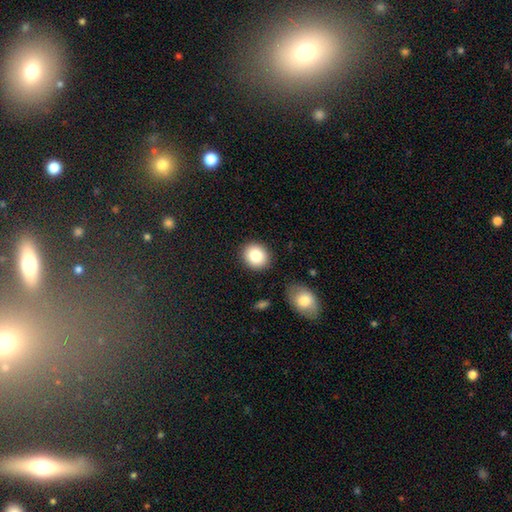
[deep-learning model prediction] A smooth galaxy with no disk features (85%) that is round (73%). Merging: none (87%).